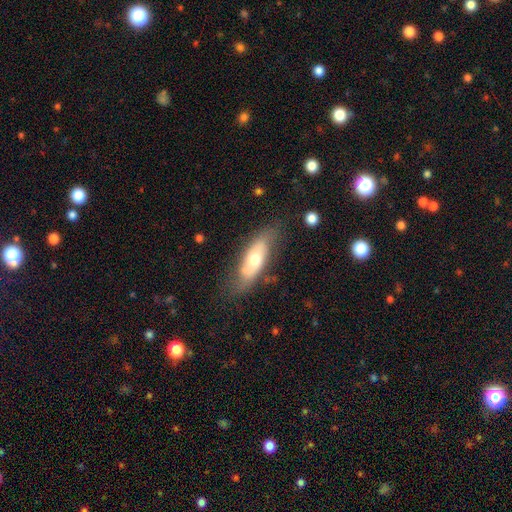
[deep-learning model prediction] smooth_or_featured: featured or disk (p=0.48) [alt: smooth p=0.45]
merging: none (p=0.74) [alt: minor disturbance p=0.18]